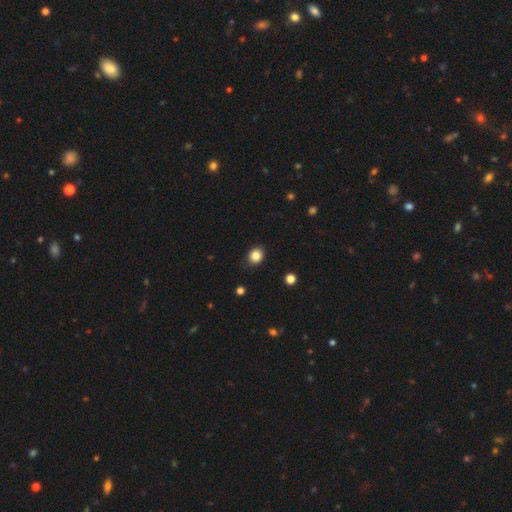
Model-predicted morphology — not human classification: Smooth or featured: smooth — 85% (star or artifact — 11%)
How rounded: round — 62% (in between — 37%)
Merging: none — 83% (minor disturbance — 13%)